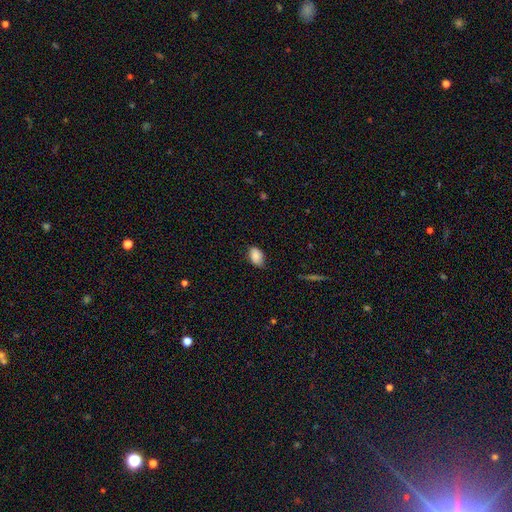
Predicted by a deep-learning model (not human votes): smooth 85%, star or artifact 8%, featured or disk 7%. Down the decision tree: how rounded — in between (90%); merging — none (71%).